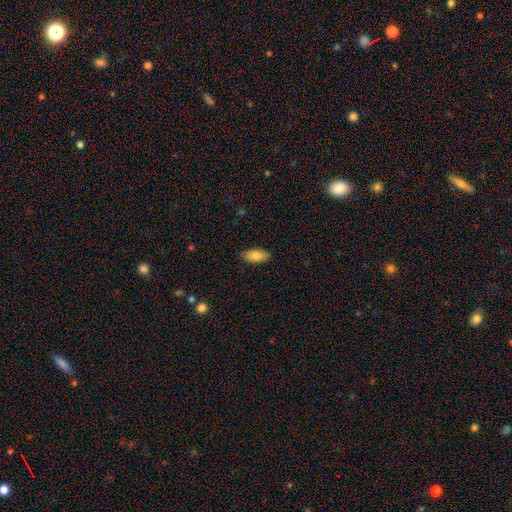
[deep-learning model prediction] Q: Smooth or featured?
A: smooth (83%); runner-up: featured or disk (11%)
Q: How rounded?
A: in between (90%); runner-up: cigar-shaped (8%)
Q: Merging?
A: none (87%); runner-up: minor disturbance (10%)